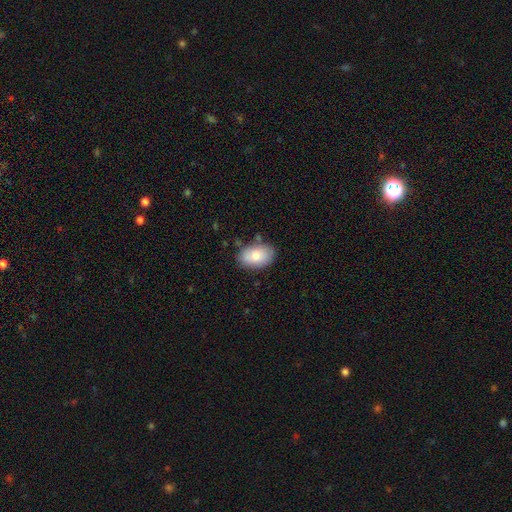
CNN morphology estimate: Smooth or featured?
  - smooth: 78% *
  - featured or disk: 15%
  - star or artifact: 7%
How rounded?
  - in between: 90% *
  - round: 9%
  - cigar-shaped: 1%
Merging?
  - none: 77% *
  - minor disturbance: 16%
  - merger: 3%
  - major disturbance: 3%